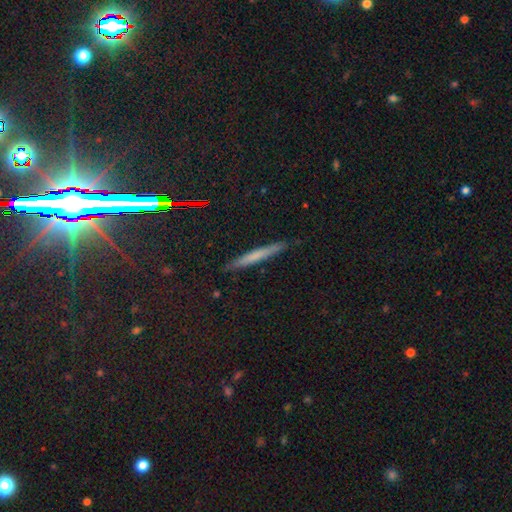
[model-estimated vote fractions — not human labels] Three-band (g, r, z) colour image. It shows a smooth galaxy with no disk features (56%) that is cigar-shaped (95%). Merging: none (88%).